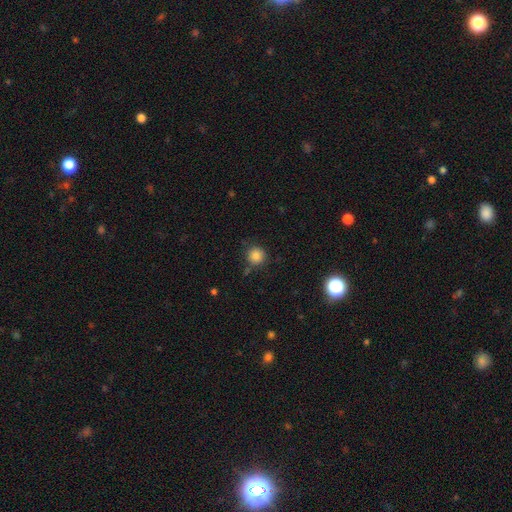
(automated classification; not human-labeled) This appears to be a smooth galaxy with no disk features (85%) that is round (93%). Merging: none (81%).